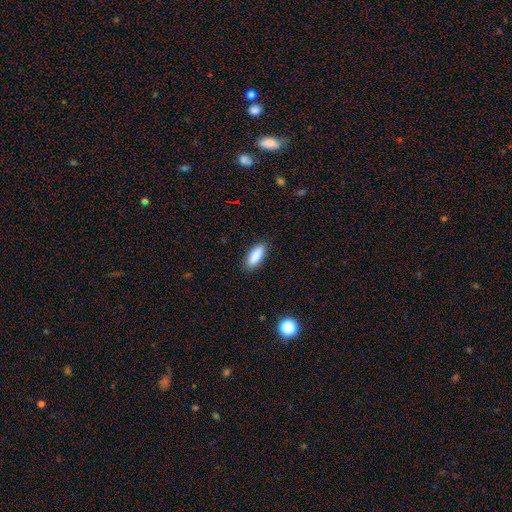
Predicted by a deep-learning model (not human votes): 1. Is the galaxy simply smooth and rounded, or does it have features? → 89% smooth, 7% star or artifact, 5% featured or disk.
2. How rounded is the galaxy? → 69% in between, 29% cigar-shaped, 2% round.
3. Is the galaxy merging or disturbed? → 87% none, 10% minor disturbance, 2% major disturbance, 1% merger.